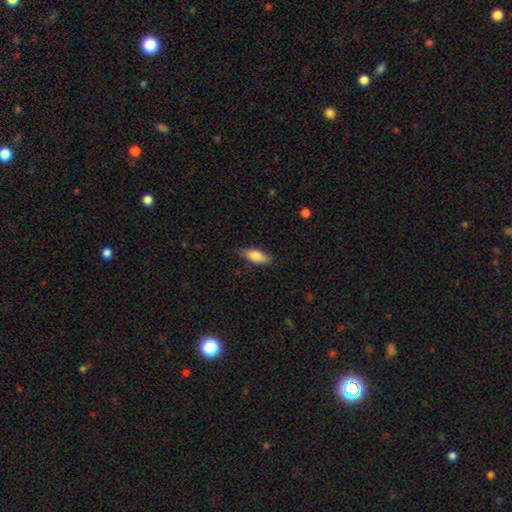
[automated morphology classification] A smooth galaxy with no disk features (78%) that is in between round and cigar-shaped (75%). Merging: none (81%).